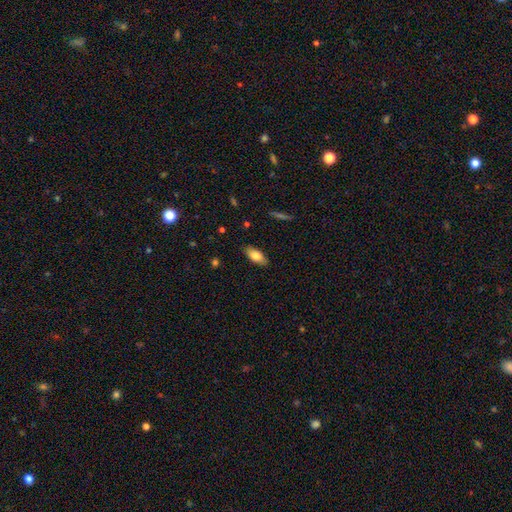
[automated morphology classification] smooth-or-featured: smooth: 78% | featured or disk: 15% | star or artifact: 7%
  how-rounded: in between: 87% | cigar-shaped: 11% | round: 3%
  merging: none: 87% | minor disturbance: 10% | major disturbance: 2% | merger: 1%